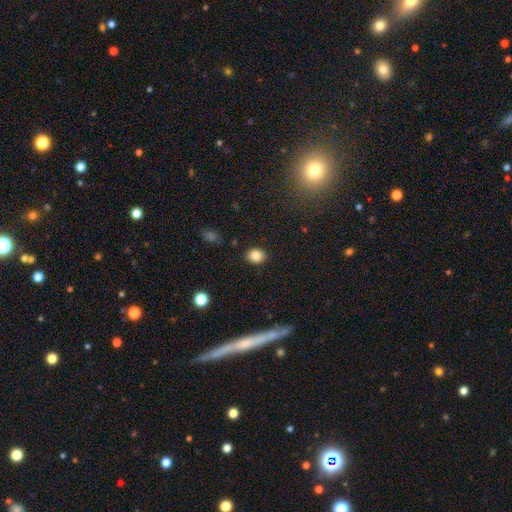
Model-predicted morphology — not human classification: smooth-or-featured: smooth: 85% | star or artifact: 10% | featured or disk: 6%
  how-rounded: round: 57% | in between: 42% | cigar-shaped: 1%
  merging: none: 88% | minor disturbance: 8% | major disturbance: 2% | merger: 2%